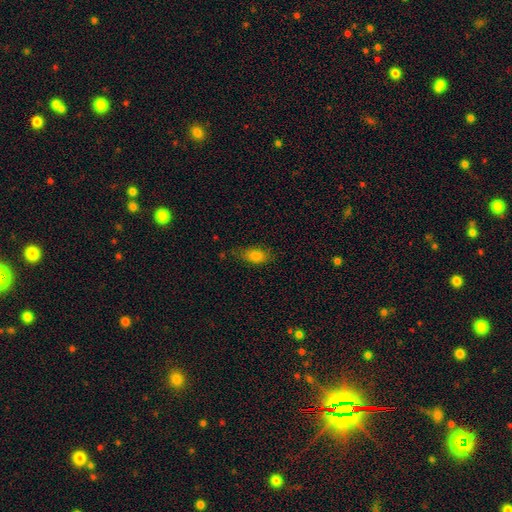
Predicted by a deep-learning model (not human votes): A smooth galaxy with no disk features (82%) that is in between round and cigar-shaped (87%). Merging: none (70%).